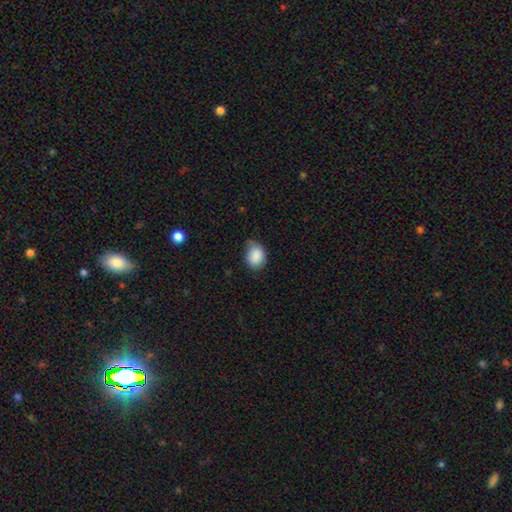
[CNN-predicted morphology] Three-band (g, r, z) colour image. It shows a smooth galaxy with no disk features (88%) that is in between round and cigar-shaped (60%). Merging: none (62%).